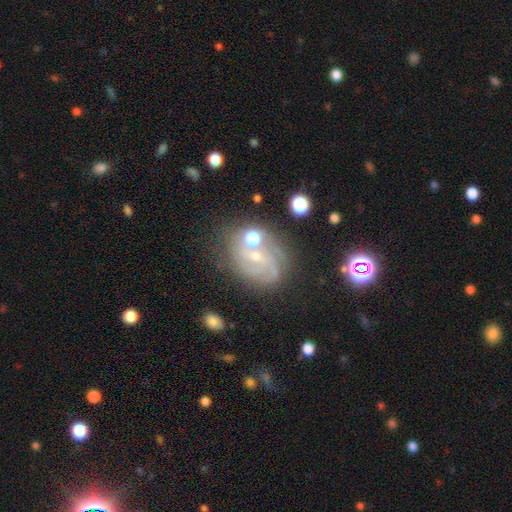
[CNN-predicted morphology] This appears to be a featured or disk galaxy (68%) with no bar (56%), can't tell (30%, tied with 2) tight (51%) spiral arms (91%) and a small central bulge (65%). Merging: none (63%).